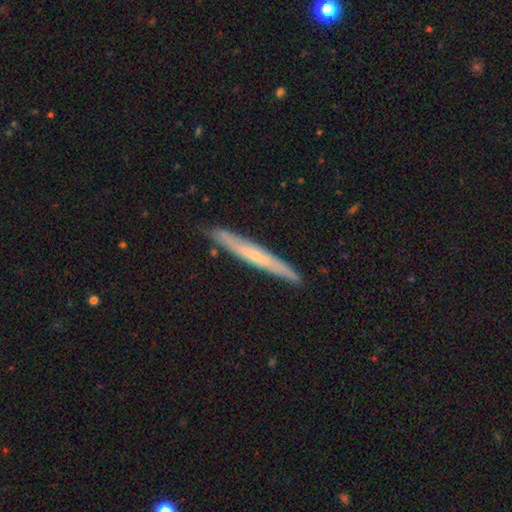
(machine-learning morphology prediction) A featured or disk galaxy (57%) viewed edge-on (90%) with no central bulge (57%). Merging: none (87%).